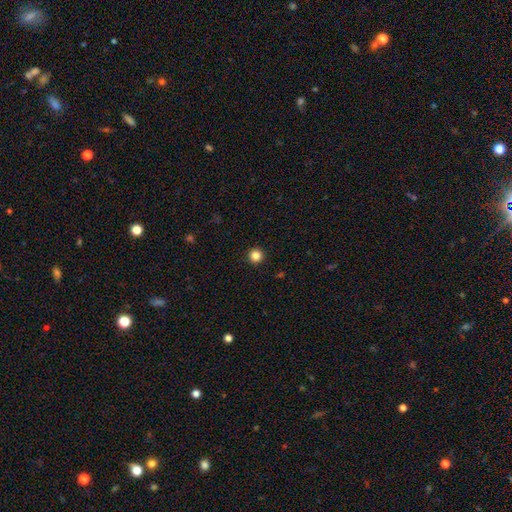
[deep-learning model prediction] Smooth or featured?
  - smooth: 84% *
  - star or artifact: 12%
  - featured or disk: 4%
How rounded?
  - round: 96% *
  - in between: 3%
  - cigar-shaped: 1%
Merging?
  - none: 94% *
  - minor disturbance: 4%
  - major disturbance: 1%
  - merger: 1%